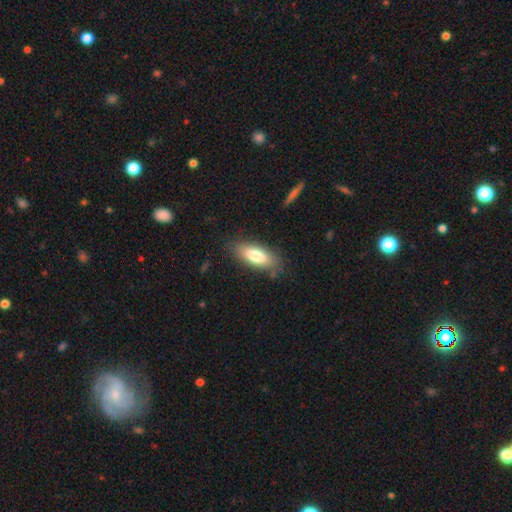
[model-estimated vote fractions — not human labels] The model was most divided on "how rounded": in between: 75%, cigar-shaped: 23%, round: 2%. More confident: merging — none (82%); smooth or featured — smooth (78%).